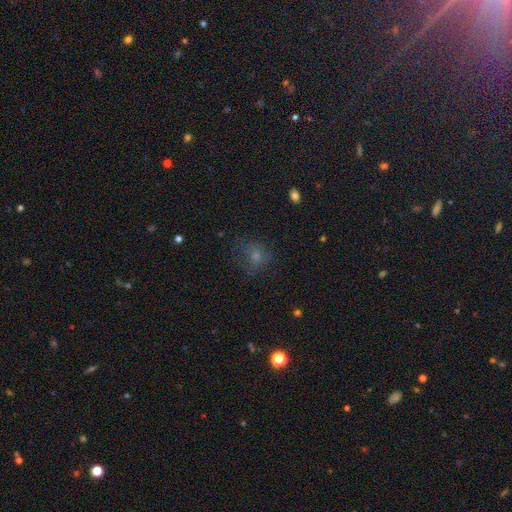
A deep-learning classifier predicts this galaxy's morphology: This appears to be a smooth galaxy with no disk features (60%) that is round (64%). Merging: none (56%).